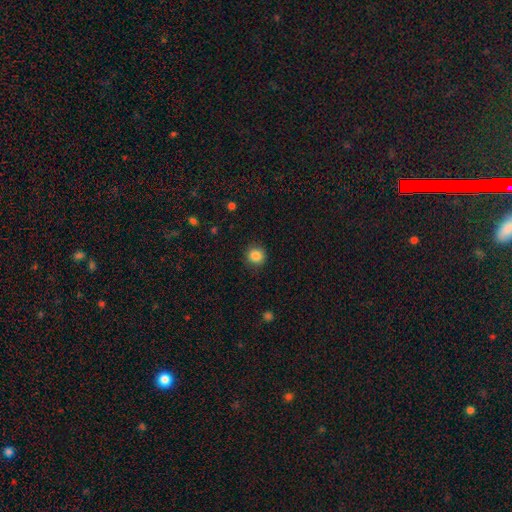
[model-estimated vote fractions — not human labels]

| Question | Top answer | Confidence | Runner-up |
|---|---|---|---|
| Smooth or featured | smooth | 86% | star or artifact (10%) |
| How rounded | round | 91% | in between (8%) |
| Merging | none | 89% | minor disturbance (7%) |